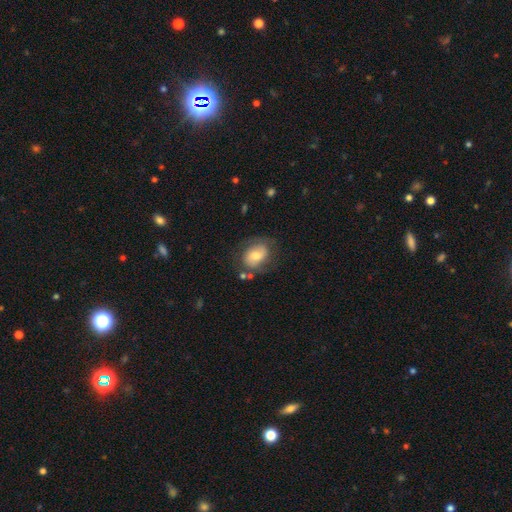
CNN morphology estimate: Overall: smooth (52%; featured or disk 40%). How rounded: in between (66%; round 32%). Merging: none (62%).